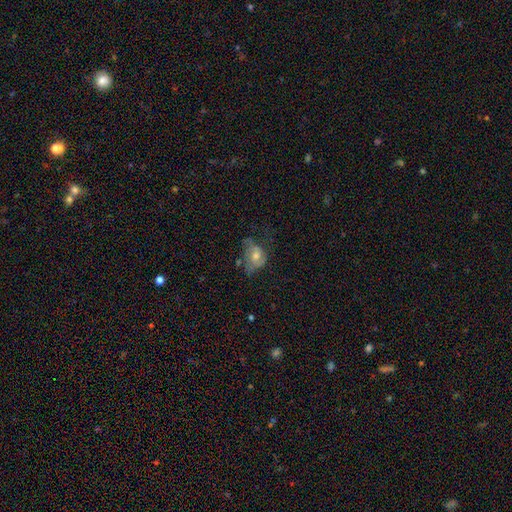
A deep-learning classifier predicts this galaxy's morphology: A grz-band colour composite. It shows a featured or disk galaxy (46%). Merging: none (36%).